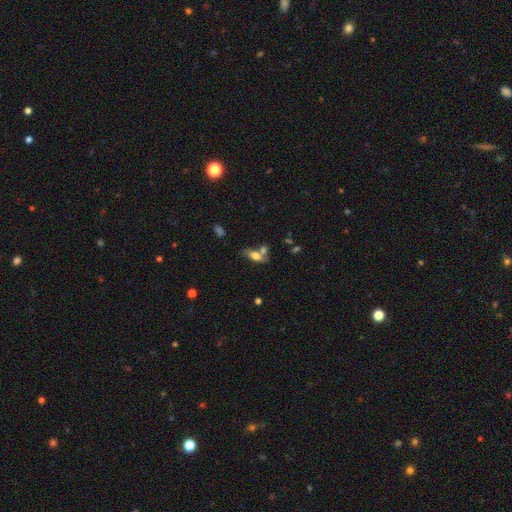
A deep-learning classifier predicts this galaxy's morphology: A smooth galaxy with no disk features (63%) that is in between round and cigar-shaped (75%).

Vote fractions:
- Smooth or featured? smooth: 63% / featured or disk: 27% / star or artifact: 10%
- How rounded? in between: 75% / cigar-shaped: 19% / round: 6%
- Merging? none: 43% / merger: 36% / minor disturbance: 15% / major disturbance: 7%